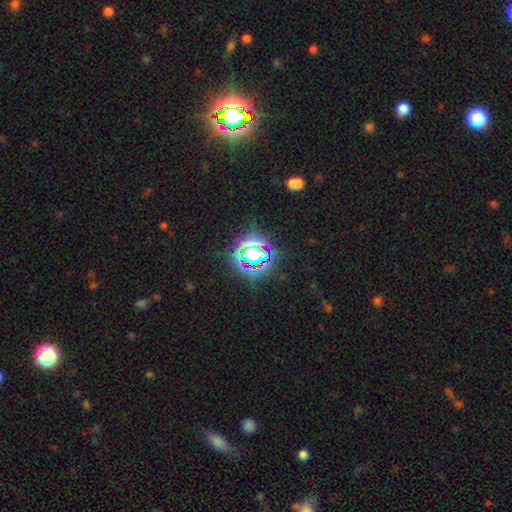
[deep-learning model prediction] smooth_or_featured: star or artifact (p=0.66) [alt: smooth p=0.23]